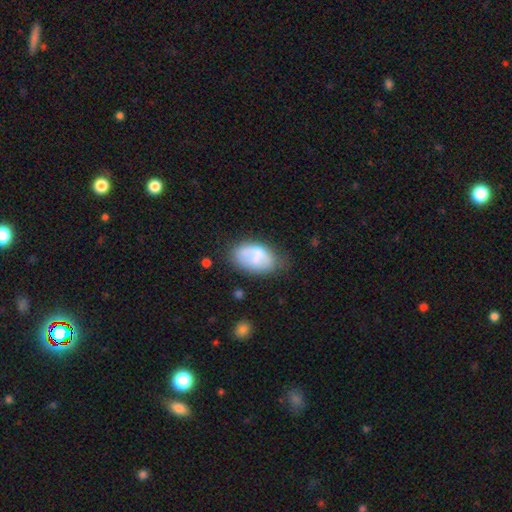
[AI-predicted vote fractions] A smooth galaxy with no disk features (63%) that is in between round and cigar-shaped (90%).

Vote fractions:
- Smooth or featured? smooth: 63% / featured or disk: 28% / star or artifact: 8%
- How rounded? in between: 90% / round: 8% / cigar-shaped: 2%
- Merging? none: 49% / minor disturbance: 28% / major disturbance: 12% / merger: 10%